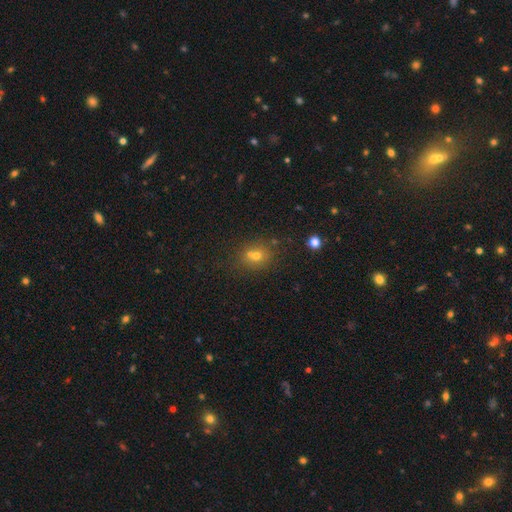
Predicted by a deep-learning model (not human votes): A smooth galaxy with no disk features (62%) that is round (70%). Merging: none (57%).